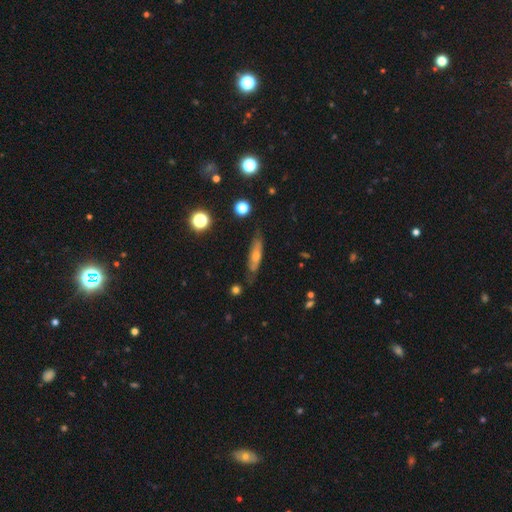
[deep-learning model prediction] A featured or disk galaxy (50%). Merging: none (76%).